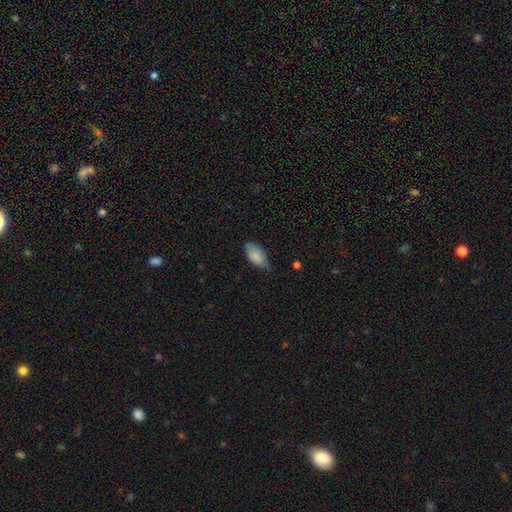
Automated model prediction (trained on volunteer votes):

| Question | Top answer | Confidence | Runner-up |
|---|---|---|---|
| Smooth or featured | smooth | 86% | featured or disk (8%) |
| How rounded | in between | 93% | cigar-shaped (5%) |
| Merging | none | 52% | minor disturbance (41%) |